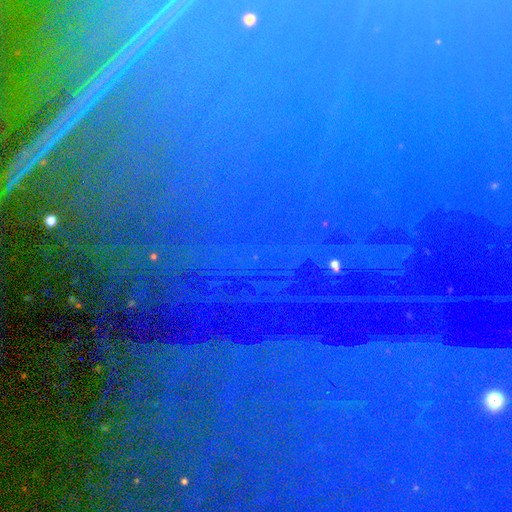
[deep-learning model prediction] A star or artifact, not a galaxy (85%).